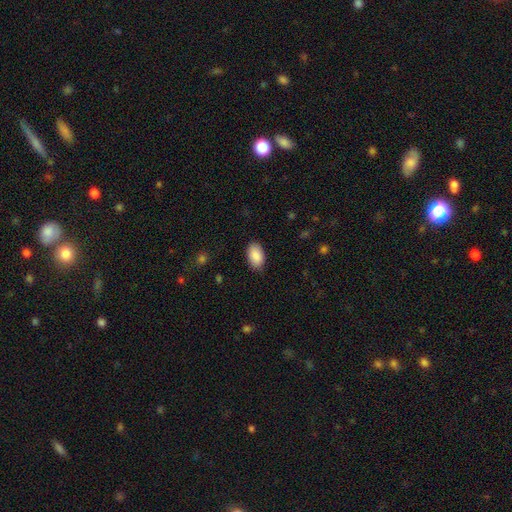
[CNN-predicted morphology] This is clearly a smooth galaxy (90%). How rounded: clearly in between (94%). Merging: clearly none (86%).